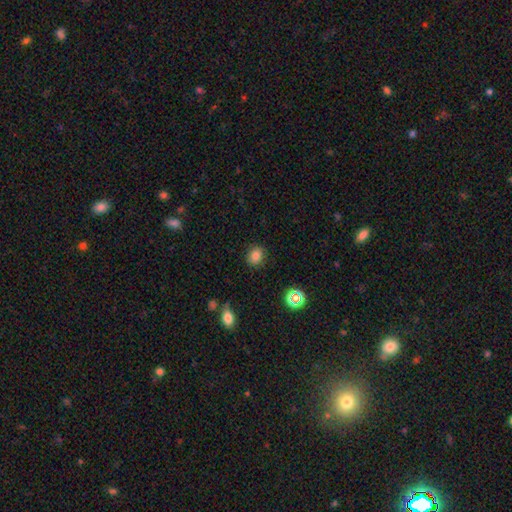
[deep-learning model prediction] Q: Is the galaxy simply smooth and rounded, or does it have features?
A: smooth — 81%.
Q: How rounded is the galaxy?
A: round — 60%.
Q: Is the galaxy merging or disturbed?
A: none — 86%.